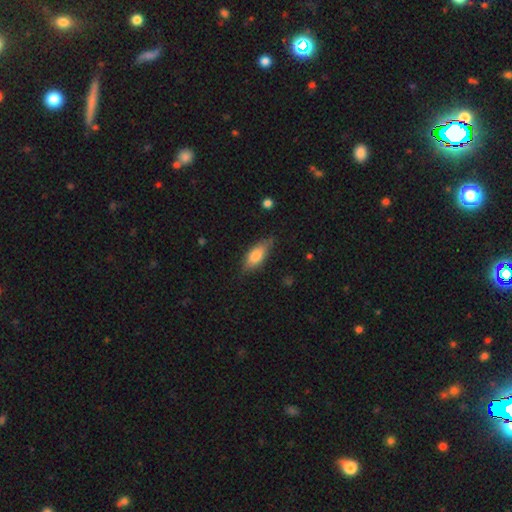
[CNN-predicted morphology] Smooth or featured? smooth (76%)
How rounded? in between (80%)
Merging? none (74%)